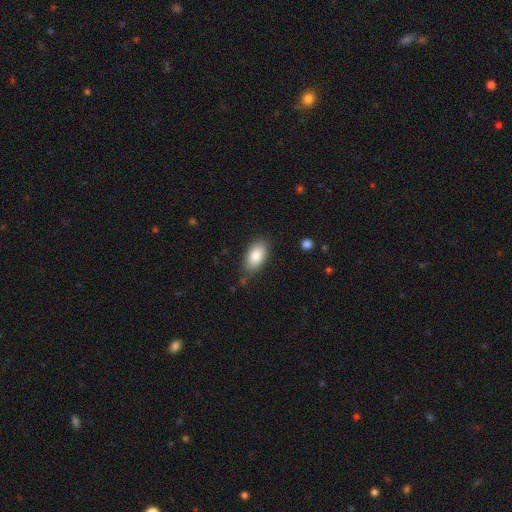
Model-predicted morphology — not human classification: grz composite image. It shows a smooth galaxy with no disk features (83%) that is in between round and cigar-shaped (93%). Merging: none (81%).